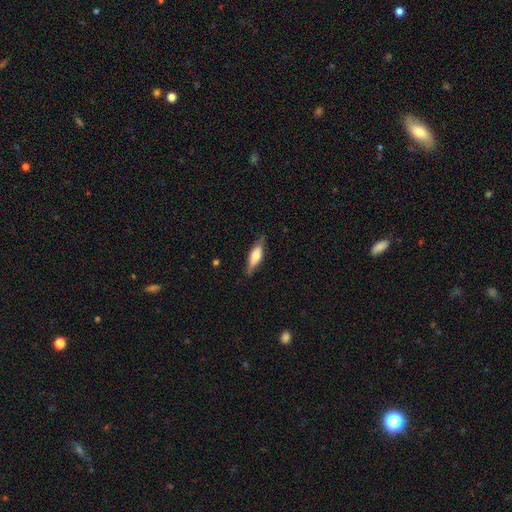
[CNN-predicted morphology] Q: Smooth or featured?
A: featured or disk (47%); runner-up: smooth (46%)
Q: Merging?
A: none (84%); runner-up: minor disturbance (13%)